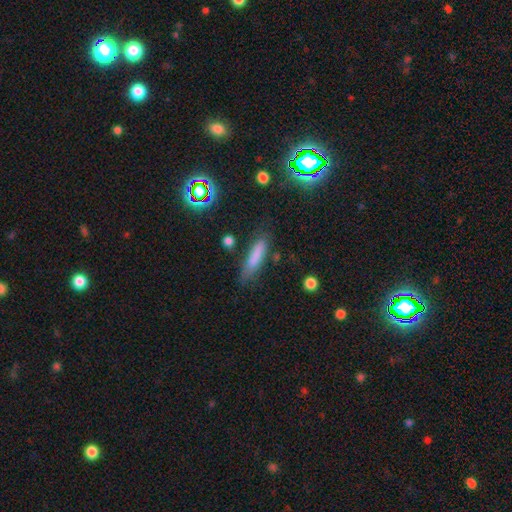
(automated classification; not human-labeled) This appears to be a smooth galaxy with no disk features (76%) that is cigar-shaped (76%). Merging: none (68%).